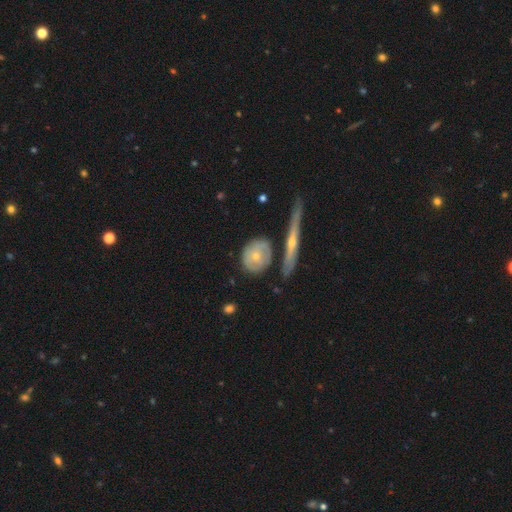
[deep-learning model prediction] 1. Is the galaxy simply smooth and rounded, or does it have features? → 53% smooth, 41% featured or disk, 6% star or artifact.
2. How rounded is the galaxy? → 73% round, 23% in between, 3% cigar-shaped.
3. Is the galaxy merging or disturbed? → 62% none, 22% minor disturbance, 9% merger, 7% major disturbance.